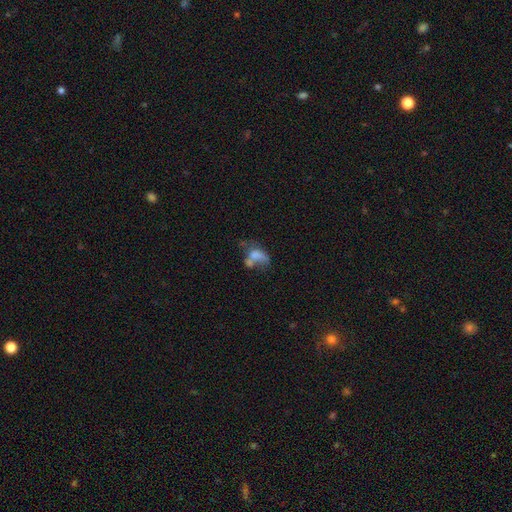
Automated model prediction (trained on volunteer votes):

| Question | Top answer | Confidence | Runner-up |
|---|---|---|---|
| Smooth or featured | smooth | 57% | featured or disk (30%) |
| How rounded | in between | 82% | round (15%) |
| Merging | merger | 43% | major disturbance (27%) |